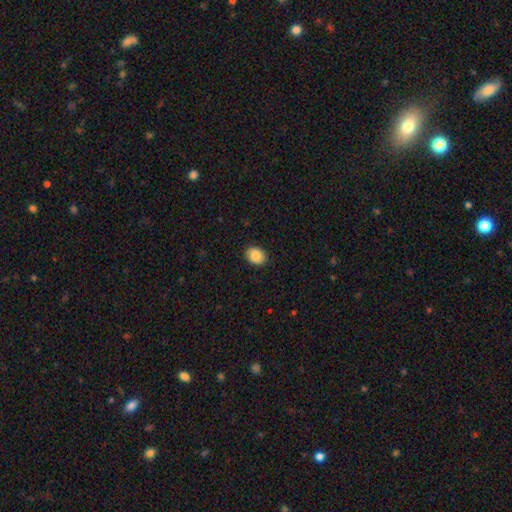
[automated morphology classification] Smooth or featured?
  - smooth: 86% *
  - star or artifact: 8%
  - featured or disk: 7%
How rounded?
  - round: 51% *
  - in between: 48%
  - cigar-shaped: 1%
Merging?
  - none: 87% *
  - minor disturbance: 10%
  - major disturbance: 2%
  - merger: 1%